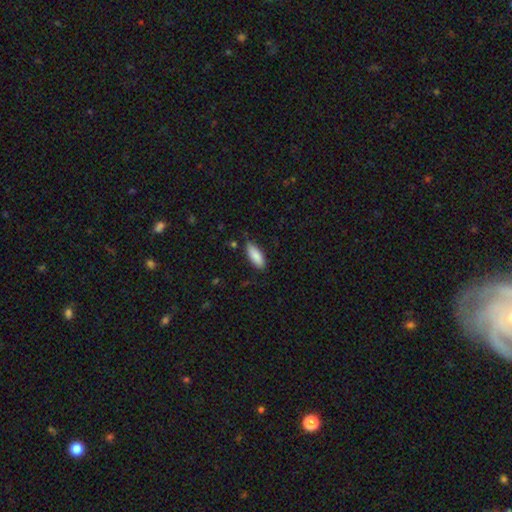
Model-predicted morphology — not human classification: Smooth or featured: smooth — 87% (featured or disk — 7%)
How rounded: in between — 72% (cigar-shaped — 26%)
Merging: none — 73% (minor disturbance — 22%)